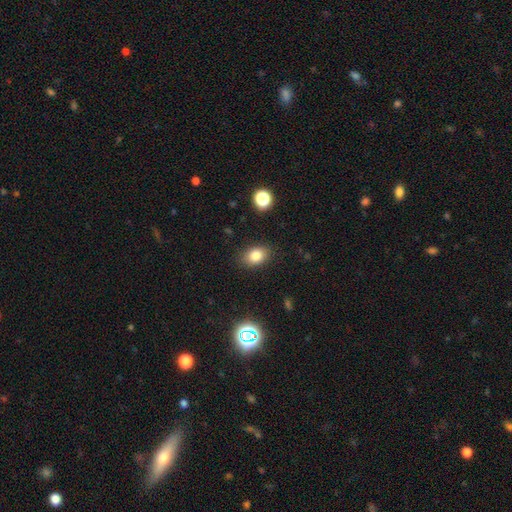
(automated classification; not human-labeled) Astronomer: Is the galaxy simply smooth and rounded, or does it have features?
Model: smooth — 82%.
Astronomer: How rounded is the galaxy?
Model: in between — 76%.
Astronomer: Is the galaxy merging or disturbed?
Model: none — 86%.